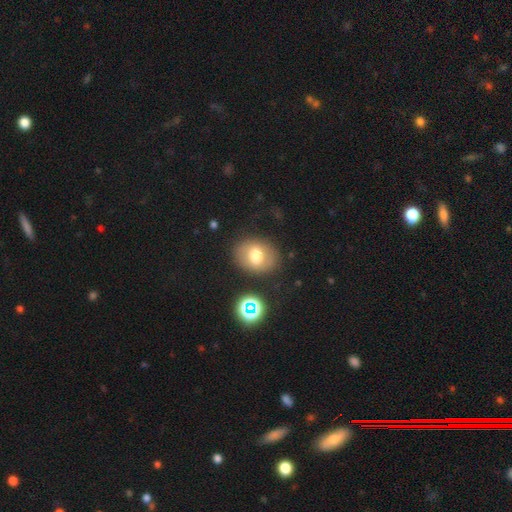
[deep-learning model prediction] smooth-or-featured: smooth: 67% | featured or disk: 21% | star or artifact: 11%
  how-rounded: in between: 54% | round: 45% | cigar-shaped: 1%
  merging: none: 80% | minor disturbance: 12% | major disturbance: 5% | merger: 3%